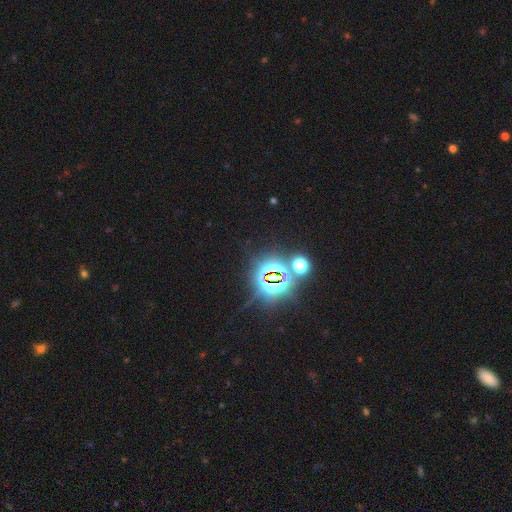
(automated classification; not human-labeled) Smooth or featured: star or artifact — 82% (smooth — 11%)